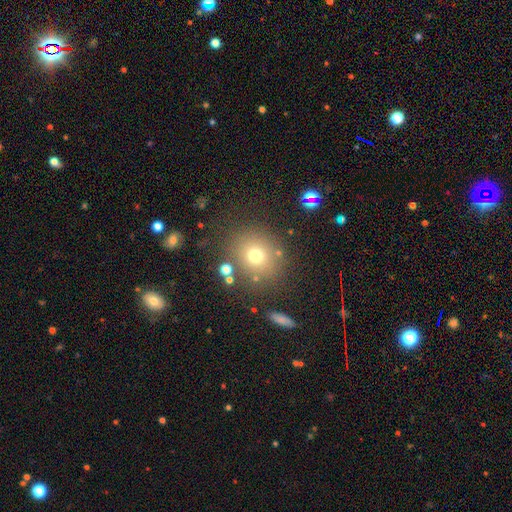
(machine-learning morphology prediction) Smooth or featured: smooth — 70% (star or artifact — 18%)
How rounded: round — 80% (in between — 19%)
Merging: none — 79% (minor disturbance — 10%)